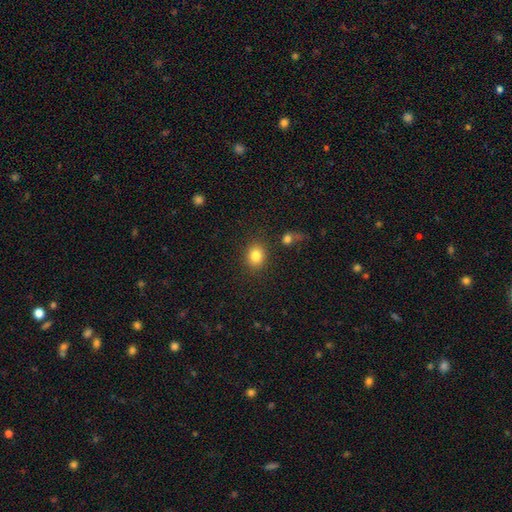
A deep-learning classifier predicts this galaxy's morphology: type=smooth (83%); roundness=round (63%); merging=none (84%).